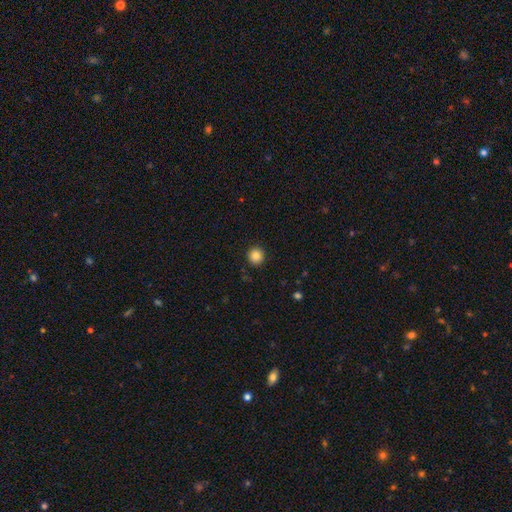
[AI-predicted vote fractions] Smooth or featured: smooth — 84% (star or artifact — 10%)
How rounded: round — 95% (in between — 4%)
Merging: none — 92% (minor disturbance — 5%)